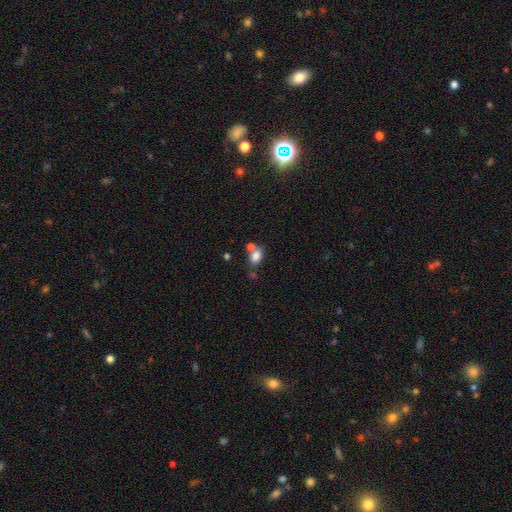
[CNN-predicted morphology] A smooth galaxy with no disk features (81%) that is in between round and cigar-shaped (81%). Merging: none (51%).